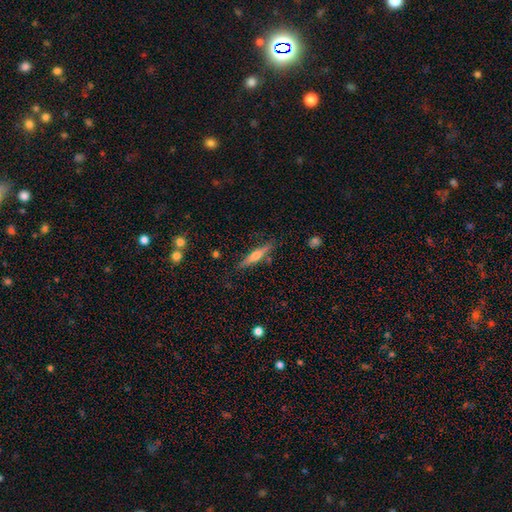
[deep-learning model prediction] This appears to be a featured or disk galaxy (56%) viewed edge-on (96%) with a rounded central bulge (85%). Merging: none (84%).